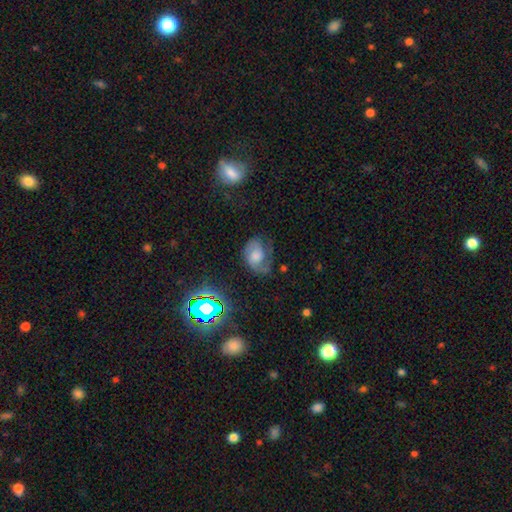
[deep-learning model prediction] Smooth or featured: featured or disk — 57% (smooth — 30%)
Edge-on disk: no — 97% (yes — 3%)
Bar: no — 68% (weak — 26%)
Spiral arms: yes — 88% (no — 12%)
Bulge size: moderate — 31% (large — 30%)
Merging: none — 49% (minor disturbance — 27%)